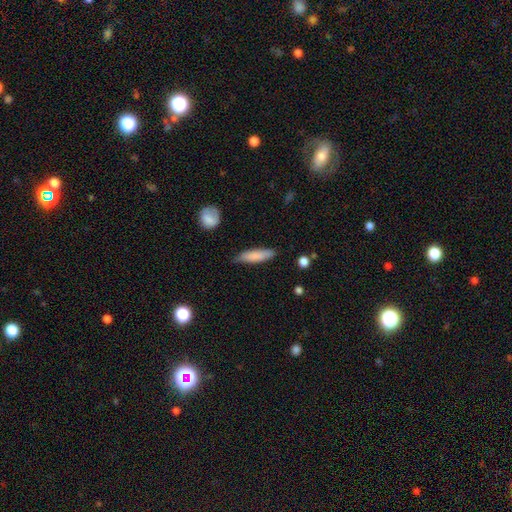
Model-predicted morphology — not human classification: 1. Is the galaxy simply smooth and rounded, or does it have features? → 81% smooth, 13% featured or disk, 6% star or artifact.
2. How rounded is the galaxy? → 75% cigar-shaped, 24% in between, 2% round.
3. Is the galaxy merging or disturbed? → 77% none, 18% minor disturbance, 3% major disturbance, 2% merger.